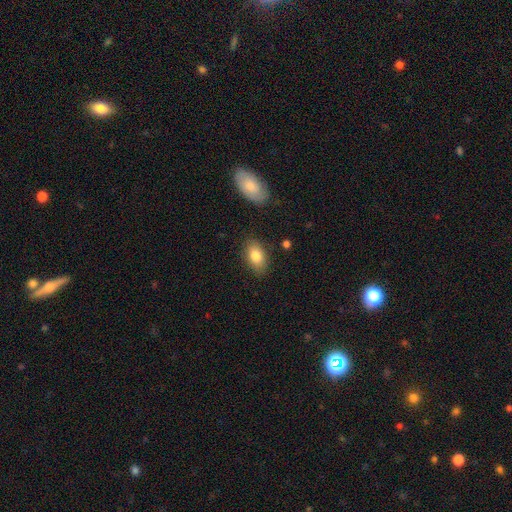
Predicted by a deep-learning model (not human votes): Smooth or featured? Predicted: smooth (p=0.82). How rounded? Predicted: in between (p=0.90). Merging? Predicted: none (p=0.84).